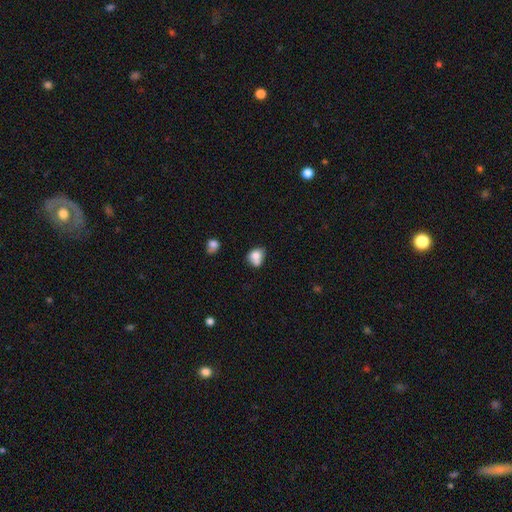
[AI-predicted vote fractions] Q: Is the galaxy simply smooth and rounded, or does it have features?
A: smooth — 74%.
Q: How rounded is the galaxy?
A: round — 52%.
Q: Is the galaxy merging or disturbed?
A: merger — 40%.